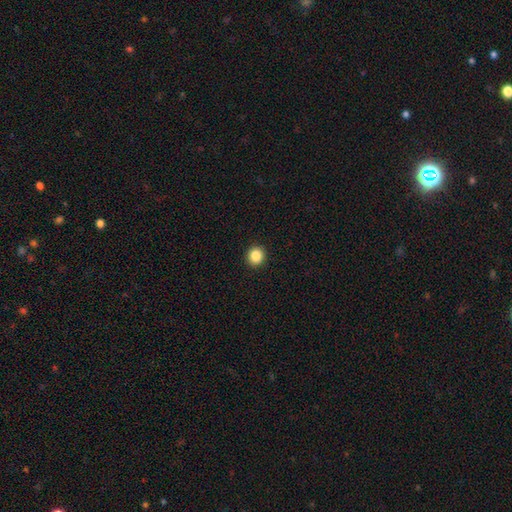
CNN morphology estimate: smooth-or-featured: smooth: 86% | star or artifact: 10% | featured or disk: 3%
  how-rounded: round: 89% | in between: 10% | cigar-shaped: 1%
  merging: none: 93% | minor disturbance: 4% | major disturbance: 2% | merger: 1%